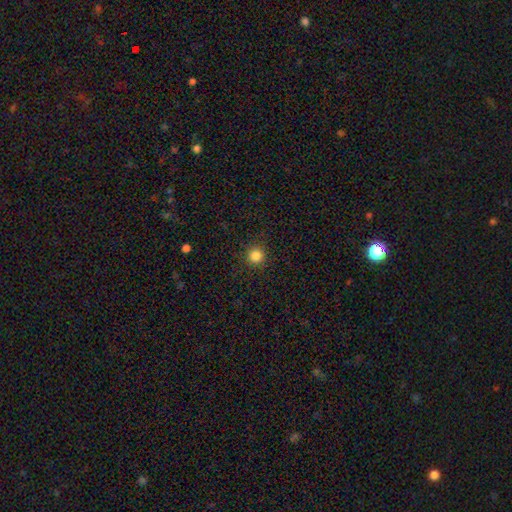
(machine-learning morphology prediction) type=smooth (85%); roundness=round (94%); merging=none (91%).